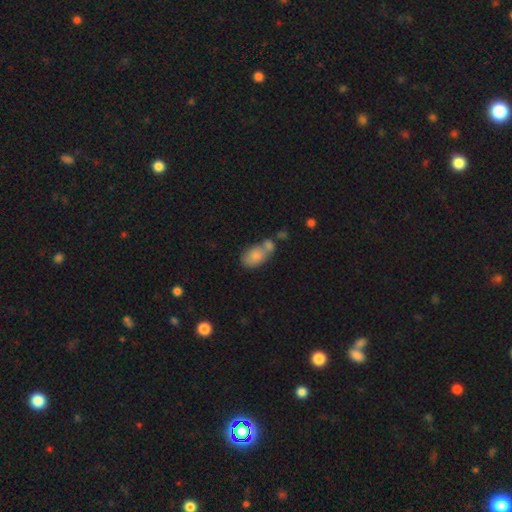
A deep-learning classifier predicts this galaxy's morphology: Overall: smooth (78%). How rounded: in between (87%). Merging: merger (49%; none 30%).